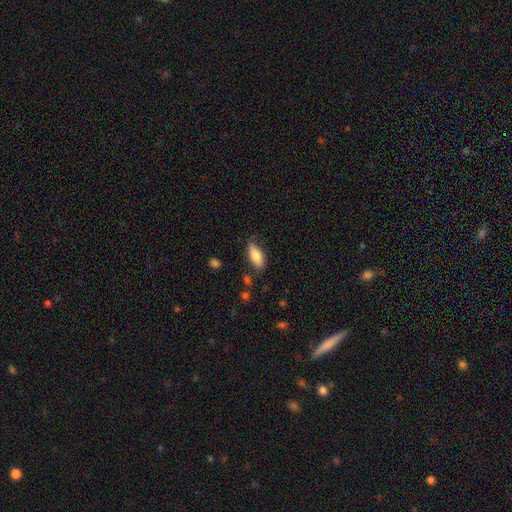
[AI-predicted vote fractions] This appears to be a smooth galaxy with no disk features (83%) that is in between round and cigar-shaped (79%). Merging: none (77%).